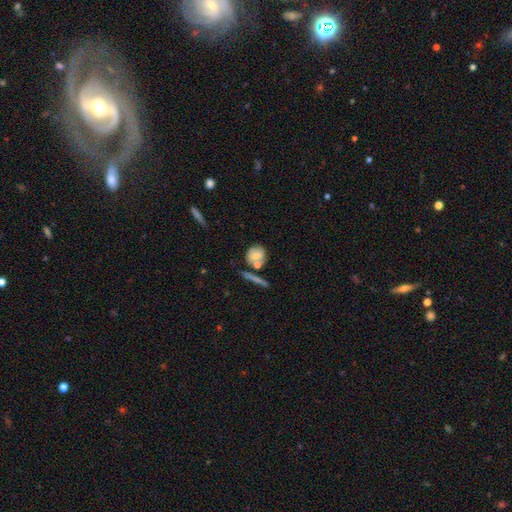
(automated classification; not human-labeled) The model was most divided on "merging": none: 50%, merger: 27%, minor disturbance: 16%, major disturbance: 6%. More confident: how rounded — round (65%); smooth or featured — smooth (59%).